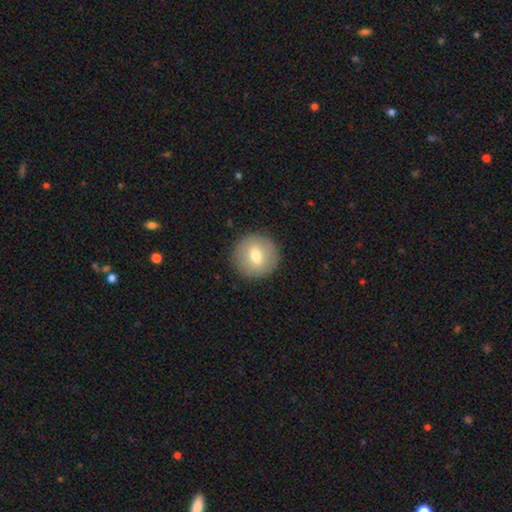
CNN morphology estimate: smooth-or-featured: smooth: 69% | featured or disk: 23% | star or artifact: 8%
  how-rounded: round: 95% | in between: 4% | cigar-shaped: 1%
  merging: none: 90% | minor disturbance: 6% | major disturbance: 2% | merger: 1%